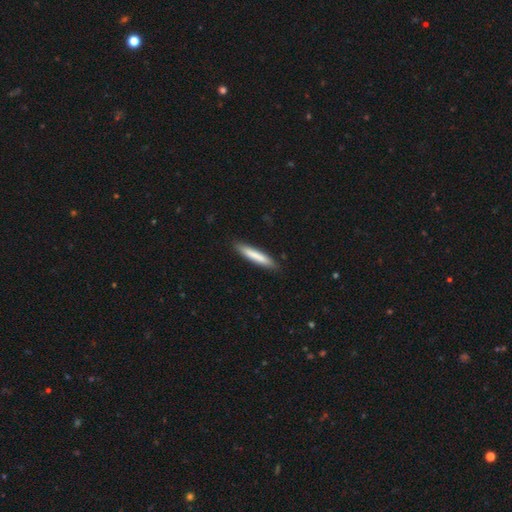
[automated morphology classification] The model was most divided on "smooth or featured": smooth: 77%, featured or disk: 17%, star or artifact: 5%. More confident: how rounded — cigar-shaped (91%); merging — none (87%).